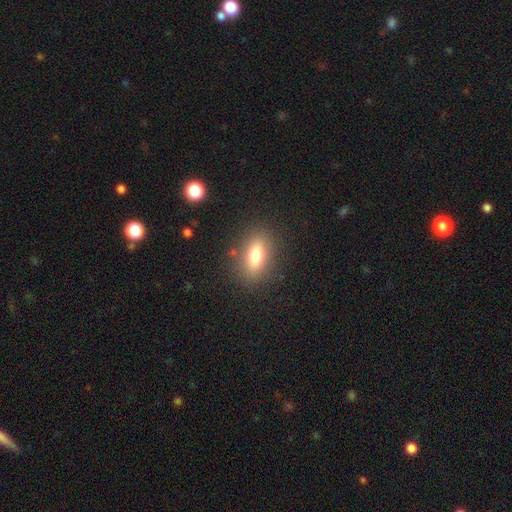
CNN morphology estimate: This is likely a smooth galaxy (74%). How rounded: likely in between (77%). Merging: clearly none (85%).